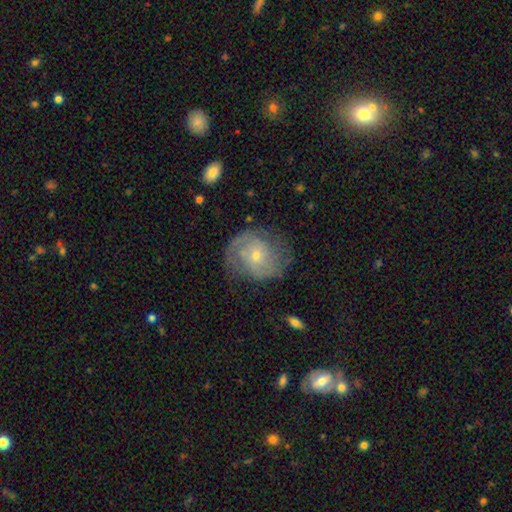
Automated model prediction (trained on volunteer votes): Morphology: type=featured or disk (74%); edge-on=no (97%); bar=no (72%); spiral arms=yes (90%); winding=tight (42%); arm count=2 (66%); bulge=small (70%); merging=none (68%).